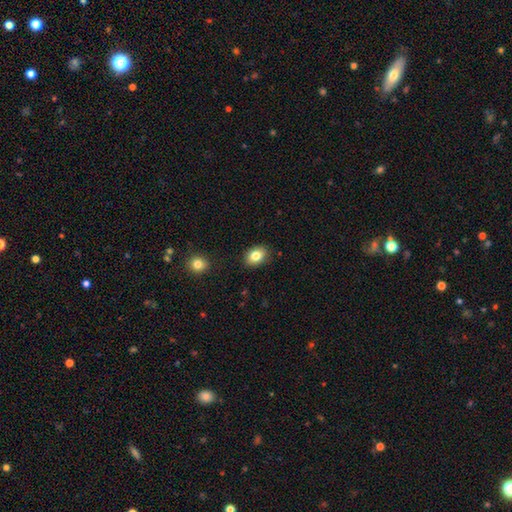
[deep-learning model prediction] Smooth or featured? smooth (83%)
How rounded? in between (77%)
Merging? none (87%)